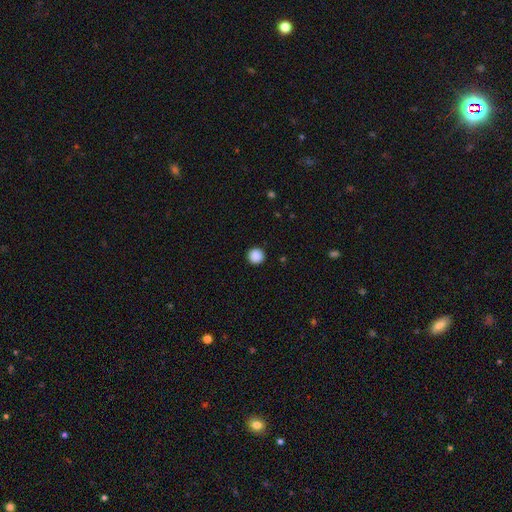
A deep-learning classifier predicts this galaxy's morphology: Q: Smooth or featured?
A: smooth (89%); runner-up: star or artifact (9%)
Q: How rounded?
A: round (96%); runner-up: in between (3%)
Q: Merging?
A: none (93%); runner-up: minor disturbance (5%)